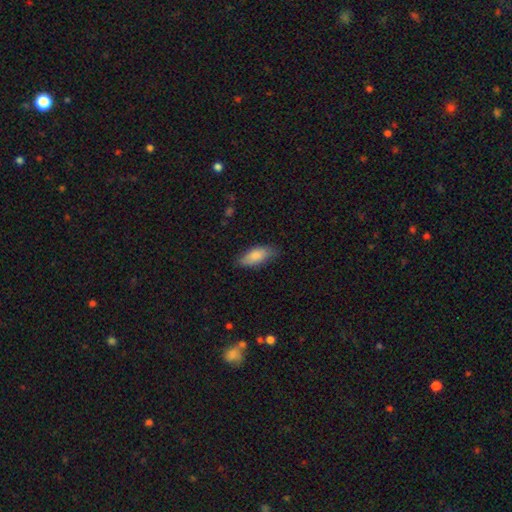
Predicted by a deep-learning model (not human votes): Smooth or featured?
  - smooth: 84% *
  - featured or disk: 10%
  - star or artifact: 6%
How rounded?
  - in between: 81% *
  - cigar-shaped: 17%
  - round: 2%
Merging?
  - none: 76% *
  - minor disturbance: 19%
  - major disturbance: 4%
  - merger: 1%